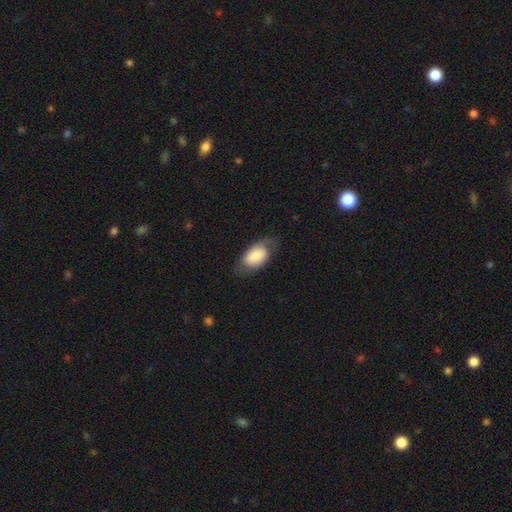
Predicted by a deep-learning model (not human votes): Morphology: type=smooth (72%); roundness=in between (92%); merging=none (62%).